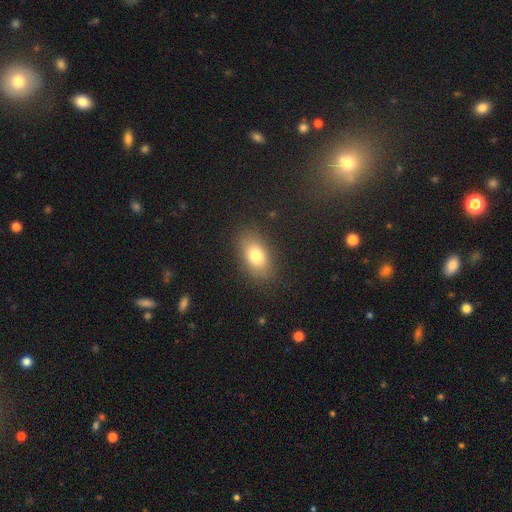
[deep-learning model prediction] A smooth galaxy with no disk features (79%) that is in between round and cigar-shaped (89%). Merging: none (84%).